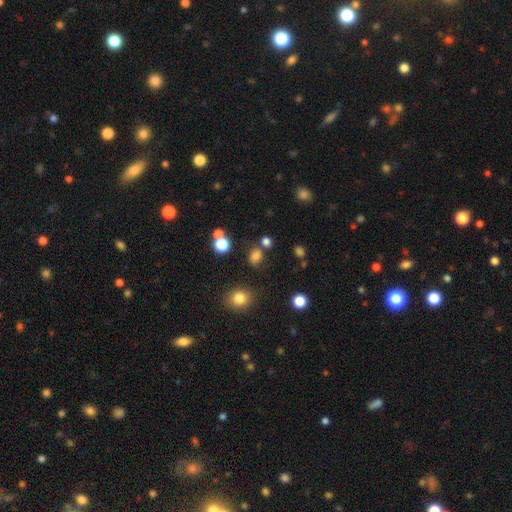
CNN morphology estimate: Smooth or featured? Predicted: smooth (p=0.76). How rounded? Predicted: round (p=0.51). Merging? Predicted: none (p=0.69).